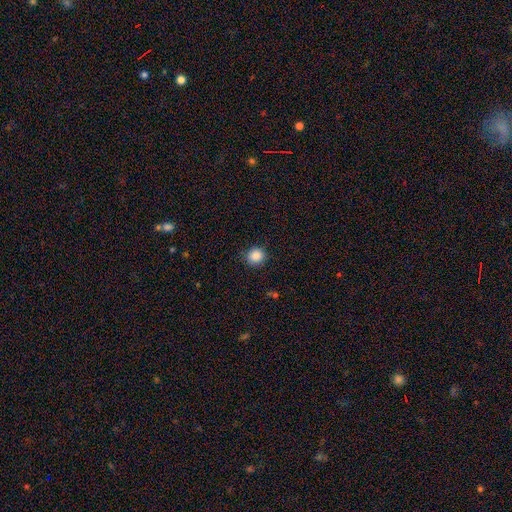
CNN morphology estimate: This is clearly a smooth galaxy (87%). How rounded: clearly round (89%). Merging: clearly none (88%).